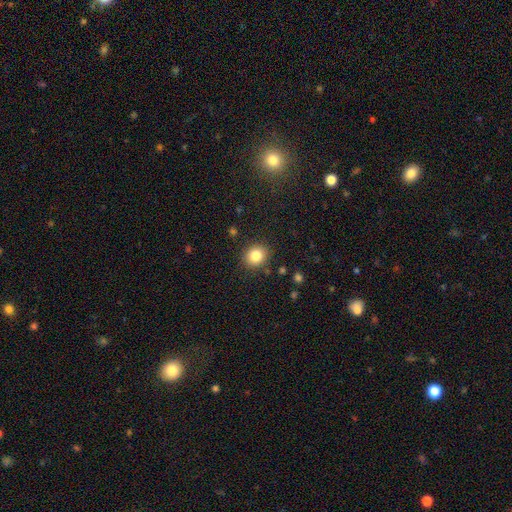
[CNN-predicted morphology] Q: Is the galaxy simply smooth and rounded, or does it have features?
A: smooth — 83%.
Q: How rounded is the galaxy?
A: round — 75%.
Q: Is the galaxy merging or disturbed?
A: none — 88%.